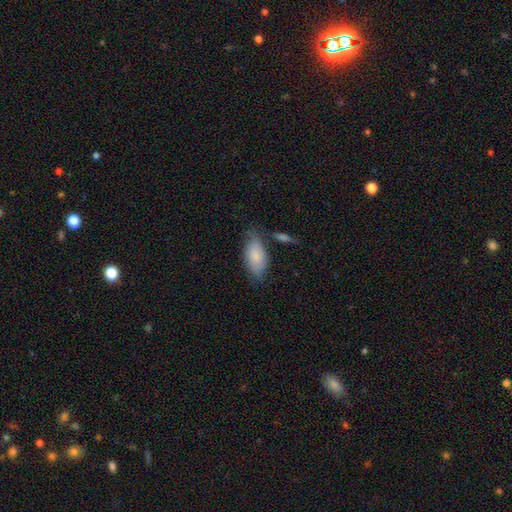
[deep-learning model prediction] smooth 78%, featured or disk 16%, star or artifact 6%. Down the decision tree: how rounded — in between (92%); merging — none (62%).